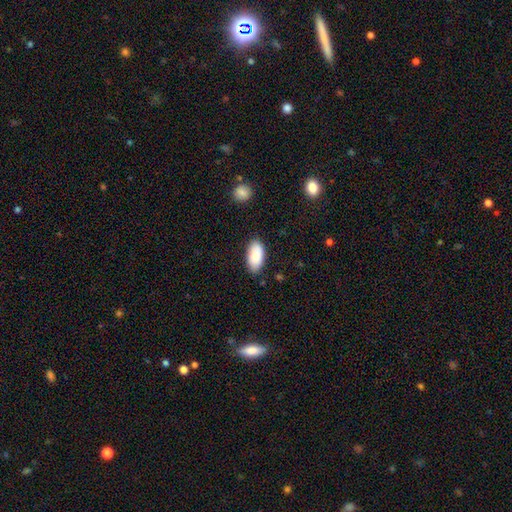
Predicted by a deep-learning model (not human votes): Smooth or featured?
  - smooth: 85% *
  - featured or disk: 8%
  - star or artifact: 6%
How rounded?
  - in between: 94% *
  - cigar-shaped: 3%
  - round: 2%
Merging?
  - none: 82% *
  - minor disturbance: 13%
  - major disturbance: 2%
  - merger: 2%